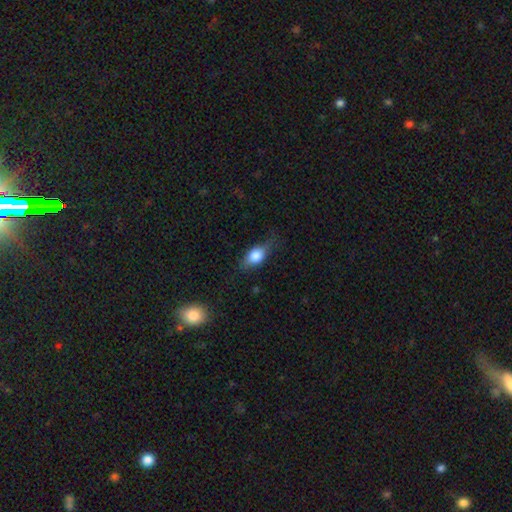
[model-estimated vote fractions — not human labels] Q: Smooth or featured?
A: smooth (69%); runner-up: featured or disk (23%)
Q: How rounded?
A: in between (76%); runner-up: round (15%)
Q: Merging?
A: none (66%); runner-up: minor disturbance (24%)